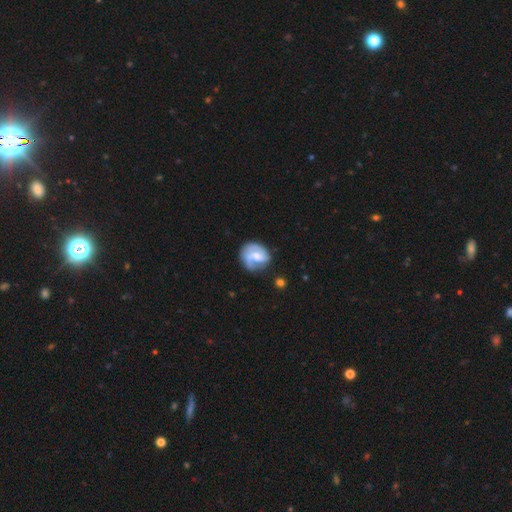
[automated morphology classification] Smooth or featured? featured or disk (67%)
Edge-on disk? no (98%)
Bar? no (48%)
Spiral arms? yes (87%)
Spiral winding? medium (40%)
Spiral arm count? 2 (45%)
Bulge size? moderate (54%)
Merging? none (60%)